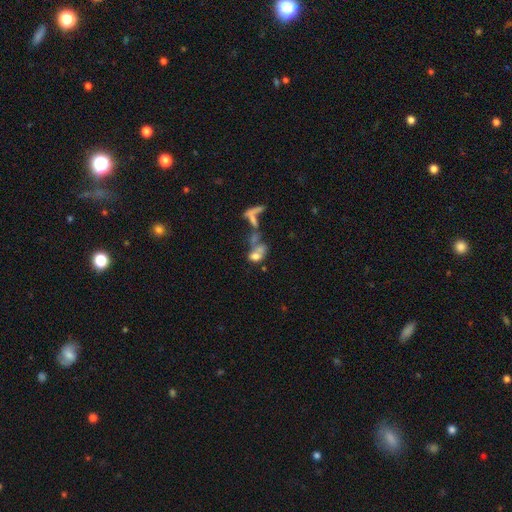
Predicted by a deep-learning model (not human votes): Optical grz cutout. It shows a smooth galaxy with no disk features (48%). Merging: merger (57%).